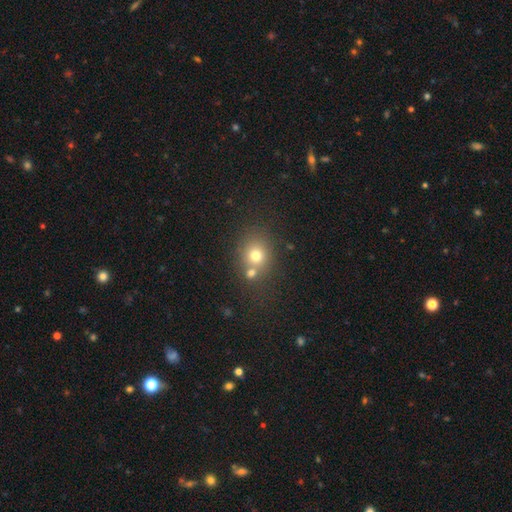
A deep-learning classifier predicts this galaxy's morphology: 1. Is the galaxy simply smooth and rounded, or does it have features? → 73% smooth, 15% star or artifact, 13% featured or disk.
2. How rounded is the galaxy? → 77% round, 23% in between, 1% cigar-shaped.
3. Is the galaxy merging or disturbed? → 55% none, 32% merger, 9% minor disturbance, 4% major disturbance.